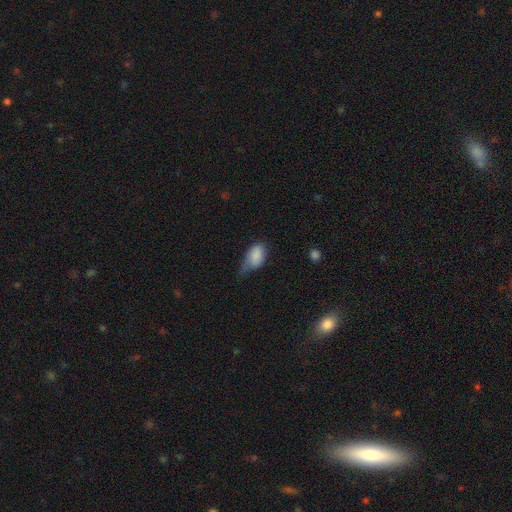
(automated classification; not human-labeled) smooth-or-featured: smooth: 83% | featured or disk: 9% | star or artifact: 7%
  how-rounded: in between: 90% | round: 8% | cigar-shaped: 2%
  merging: minor disturbance: 47% | none: 27% | major disturbance: 23% | merger: 3%